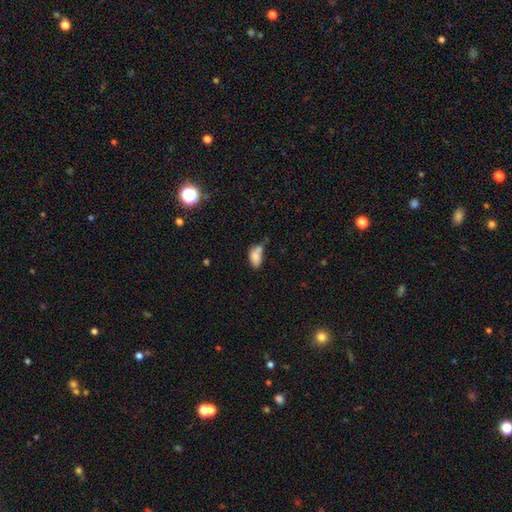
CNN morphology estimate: Smooth or featured? Predicted: smooth (p=0.79). How rounded? Predicted: in between (p=0.89). Merging? Predicted: none (p=0.34).